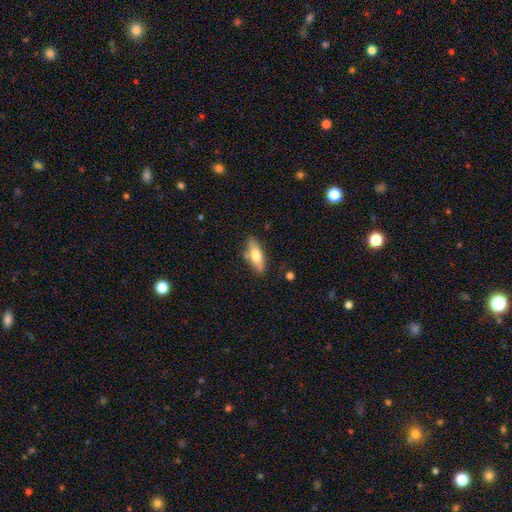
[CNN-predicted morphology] Overall: smooth (63%; featured or disk 31%). How rounded: in between (60%; cigar-shaped 37%). Merging: none (75%).